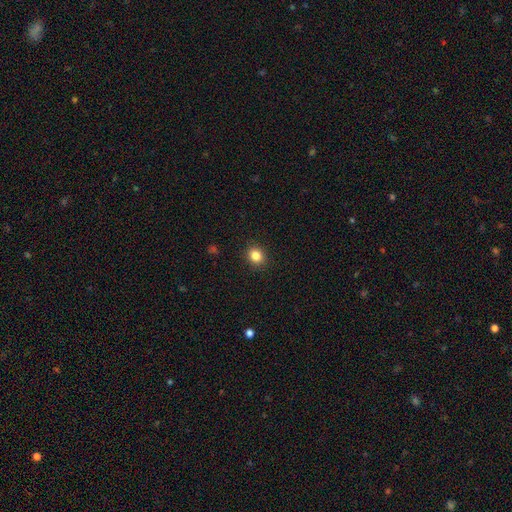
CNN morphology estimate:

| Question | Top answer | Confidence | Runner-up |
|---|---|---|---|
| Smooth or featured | smooth | 85% | star or artifact (11%) |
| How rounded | round | 66% | in between (33%) |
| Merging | none | 90% | minor disturbance (7%) |